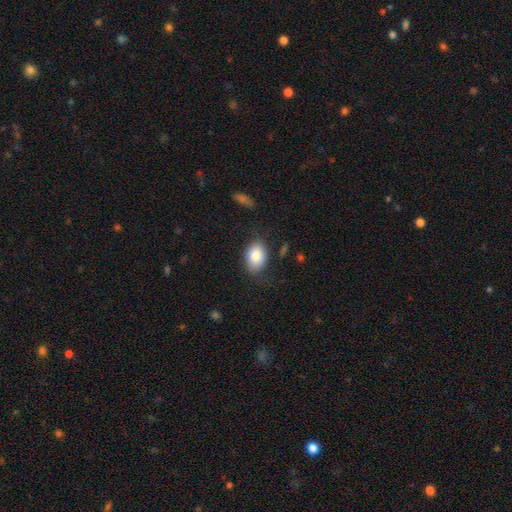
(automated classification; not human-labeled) Q: Smooth or featured?
A: smooth (85%); runner-up: featured or disk (8%)
Q: How rounded?
A: in between (82%); runner-up: round (17%)
Q: Merging?
A: none (73%); runner-up: minor disturbance (19%)